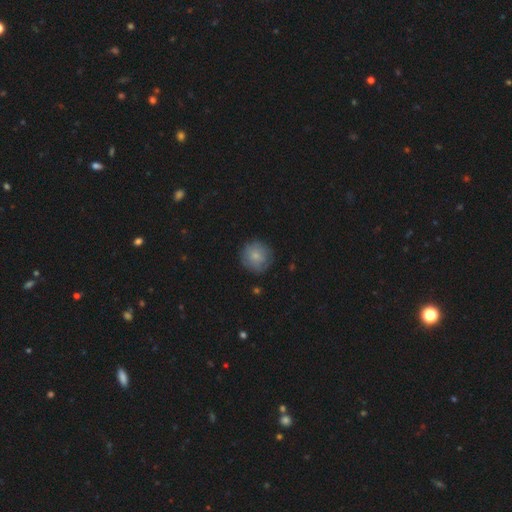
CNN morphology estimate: This is likely a smooth galaxy (77%). How rounded: clearly round (93%). Merging: likely none (80%).